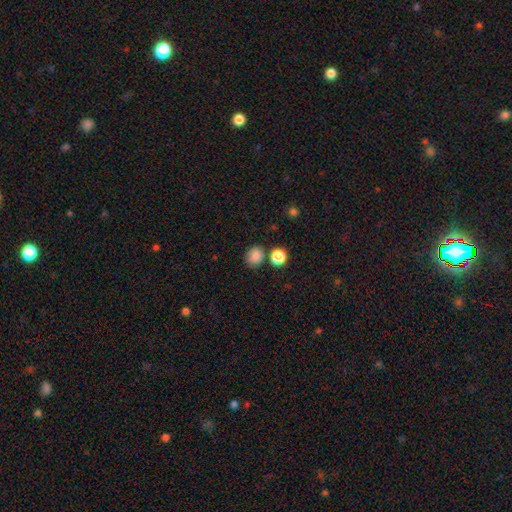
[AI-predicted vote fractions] A smooth galaxy with no disk features (85%) that is round (73%). Merging: none (79%).